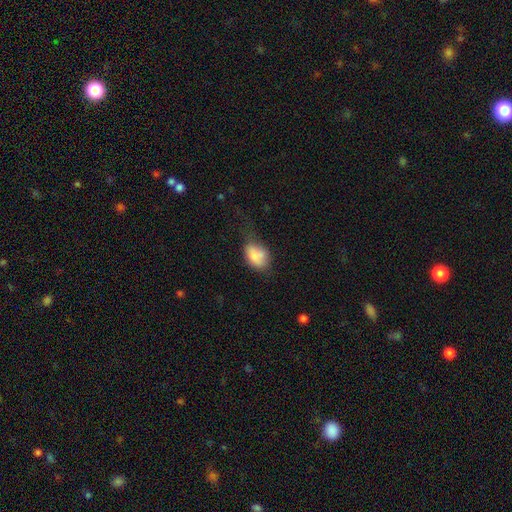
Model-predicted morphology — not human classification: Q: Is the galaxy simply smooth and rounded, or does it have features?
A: smooth — 77%.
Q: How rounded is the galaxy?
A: in between — 79%.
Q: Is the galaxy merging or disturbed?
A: none — 35%, tied with minor disturbance.